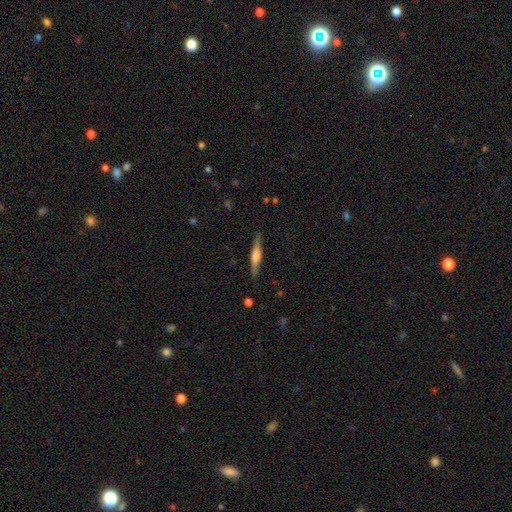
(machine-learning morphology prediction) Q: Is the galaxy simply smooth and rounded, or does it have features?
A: featured or disk — 68%.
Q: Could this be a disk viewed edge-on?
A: yes — 98%.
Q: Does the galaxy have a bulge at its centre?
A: rounded — 68%.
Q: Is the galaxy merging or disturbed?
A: none — 88%.